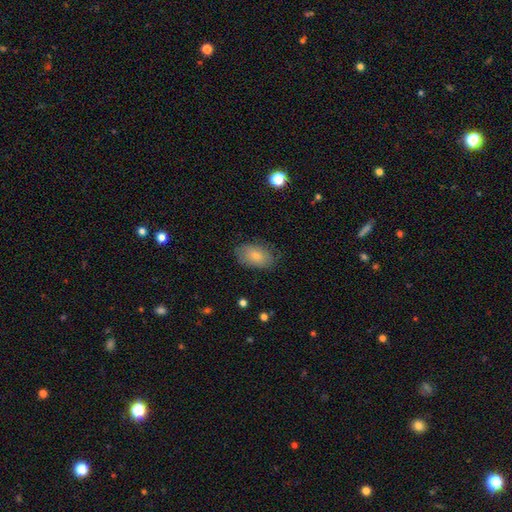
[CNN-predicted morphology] This appears to be a smooth galaxy with no disk features (68%) that is in between round and cigar-shaped (90%). Merging: none (79%).